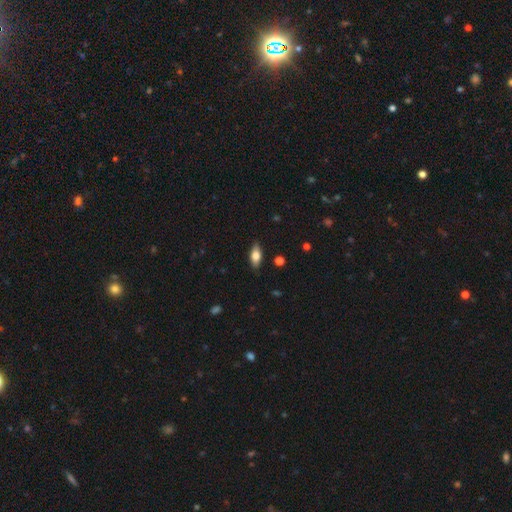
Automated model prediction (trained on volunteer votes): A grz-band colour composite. It shows a smooth galaxy with no disk features (73%) that is in between round and cigar-shaped (83%). Merging: none (86%).